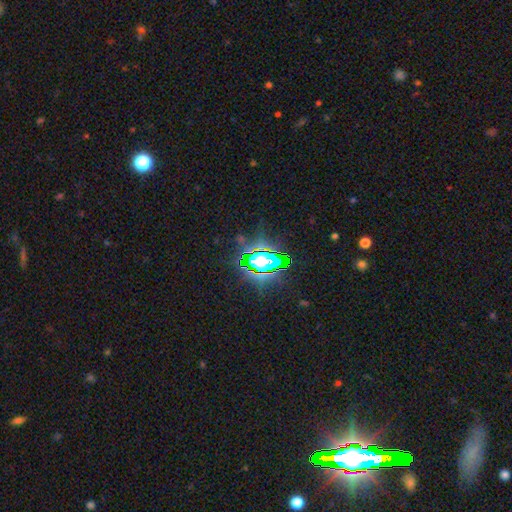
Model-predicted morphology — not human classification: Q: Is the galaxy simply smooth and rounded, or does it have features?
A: star or artifact — 83%.